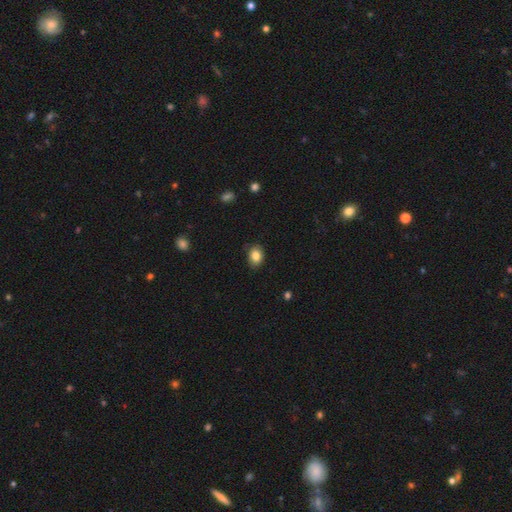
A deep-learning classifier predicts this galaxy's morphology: Smooth or featured?
  - smooth: 83% *
  - star or artifact: 9%
  - featured or disk: 7%
How rounded?
  - in between: 61% *
  - round: 38%
  - cigar-shaped: 1%
Merging?
  - none: 83% *
  - minor disturbance: 14%
  - major disturbance: 2%
  - merger: 1%